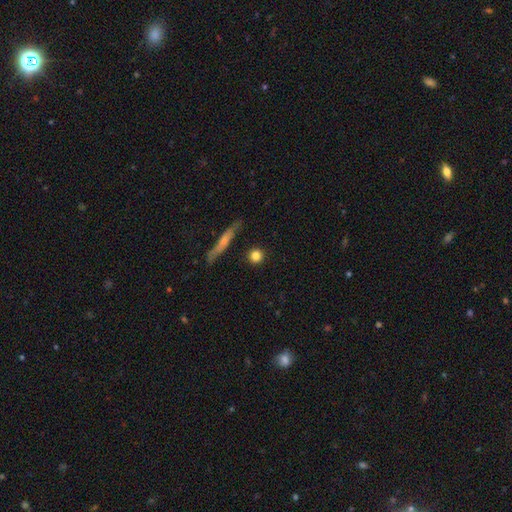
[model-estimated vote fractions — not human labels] smooth_or_featured: smooth (p=0.82) [alt: featured or disk p=0.09]
how_rounded: round (p=0.88) [alt: in between p=0.07]
merging: none (p=0.87) [alt: minor disturbance p=0.07]